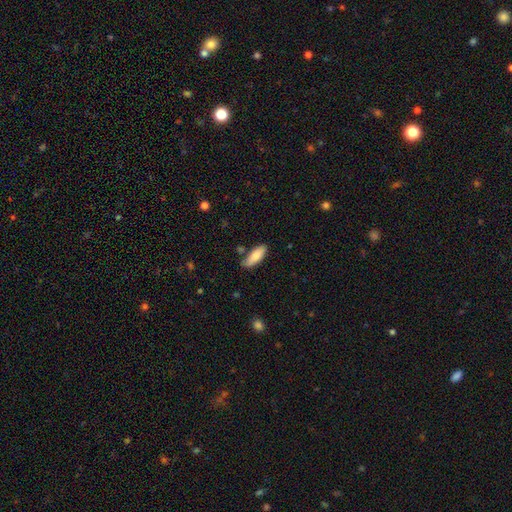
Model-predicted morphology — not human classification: smooth-or-featured: smooth: 81% | featured or disk: 13% | star or artifact: 6%
  how-rounded: in between: 69% | cigar-shaped: 29% | round: 2%
  merging: none: 72% | minor disturbance: 19% | merger: 5% | major disturbance: 4%